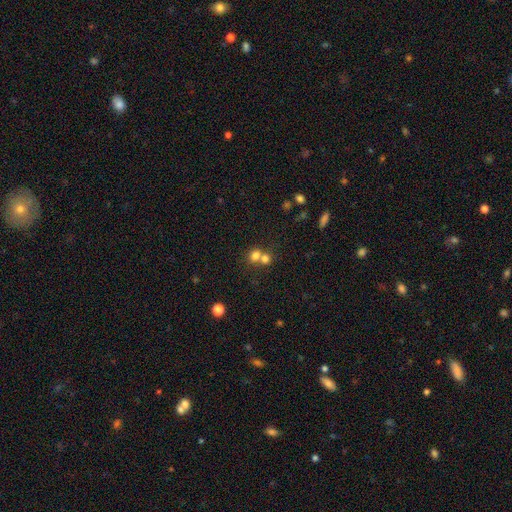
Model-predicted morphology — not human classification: Smooth or featured?
  - smooth: 75% *
  - star or artifact: 14%
  - featured or disk: 11%
How rounded?
  - round: 76% *
  - in between: 23%
  - cigar-shaped: 1%
Merging?
  - merger: 55% *
  - none: 37%
  - minor disturbance: 5%
  - major disturbance: 3%